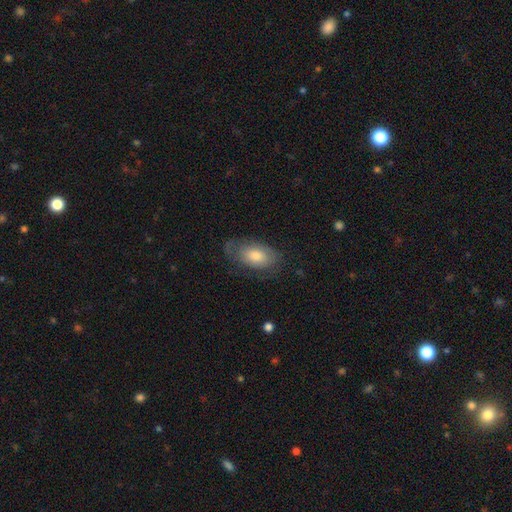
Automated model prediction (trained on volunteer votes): Smooth or featured? smooth (53%)
How rounded? in between (91%)
Merging? none (71%)